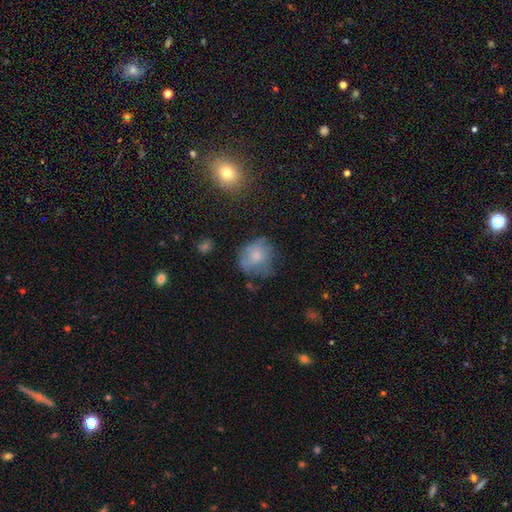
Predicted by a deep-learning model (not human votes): Smooth or featured? smooth (64%)
How rounded? round (67%)
Merging? none (49%)